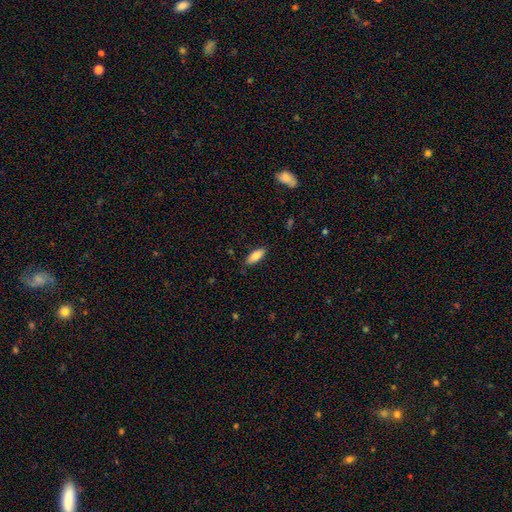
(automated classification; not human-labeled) This is clearly a smooth galaxy (83%). How rounded: likely in between (76%). Merging: clearly none (85%).